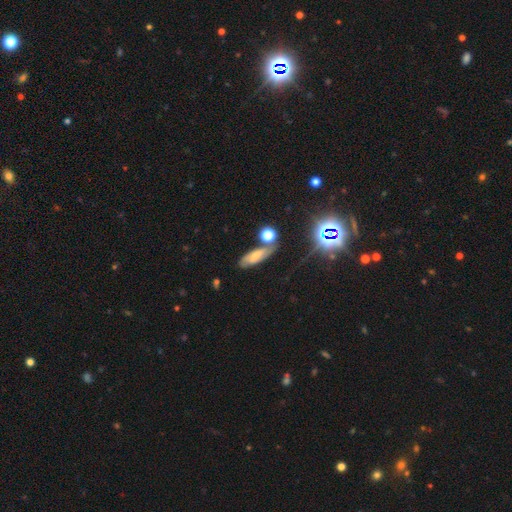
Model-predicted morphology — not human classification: smooth_or_featured: smooth (p=0.50) [alt: featured or disk p=0.31]
how_rounded: in between (p=0.57) [alt: cigar-shaped p=0.35]
merging: none (p=0.60) [alt: minor disturbance p=0.19]